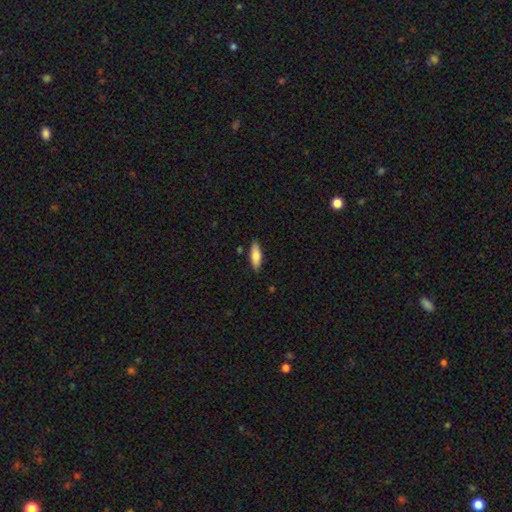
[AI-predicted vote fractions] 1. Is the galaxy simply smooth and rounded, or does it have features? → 80% smooth, 14% featured or disk, 6% star or artifact.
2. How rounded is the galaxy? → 64% in between, 34% cigar-shaped, 2% round.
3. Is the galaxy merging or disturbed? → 85% none, 11% minor disturbance, 2% major disturbance, 2% merger.